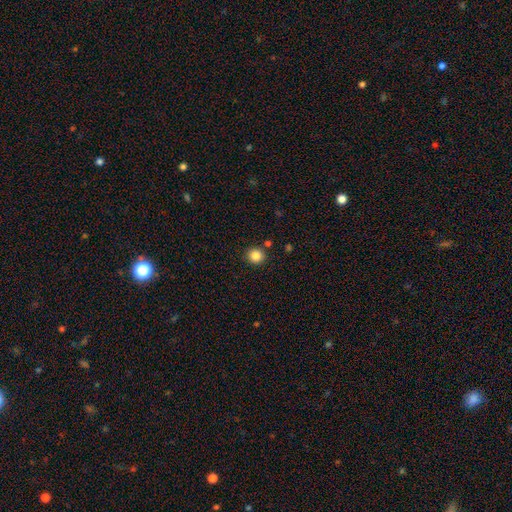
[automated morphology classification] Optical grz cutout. It shows a smooth galaxy with no disk features (86%) that is round (90%). Merging: none (87%).